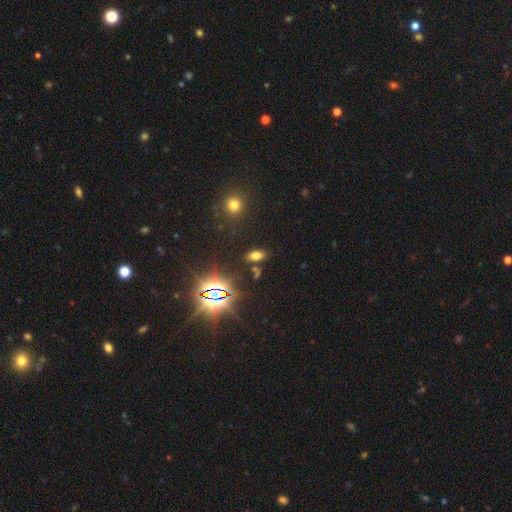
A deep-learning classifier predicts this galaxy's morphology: Smooth or featured: smooth — 60% (star or artifact — 29%)
How rounded: in between — 86% (round — 7%)
Merging: none — 82% (minor disturbance — 9%)